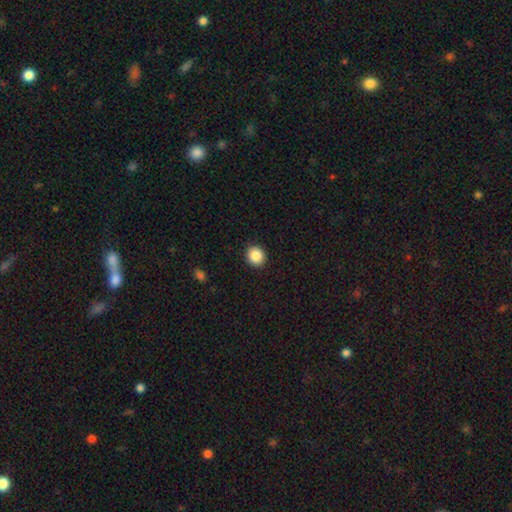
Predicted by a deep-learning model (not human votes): Overall: smooth (88%). How rounded: round (86%). Merging: none (92%).